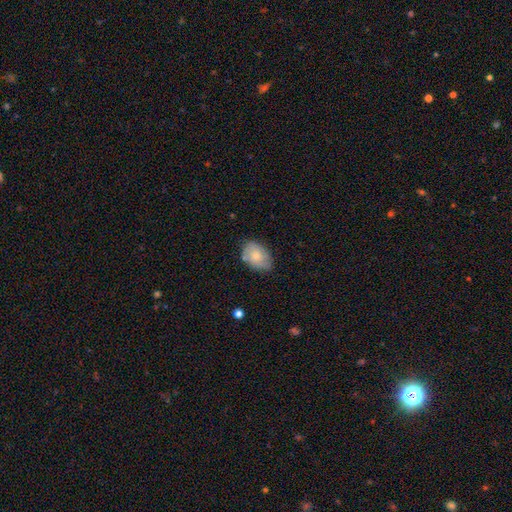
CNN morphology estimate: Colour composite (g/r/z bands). It shows a smooth galaxy with no disk features (68%) that is in between round and cigar-shaped (83%). Merging: none (69%).